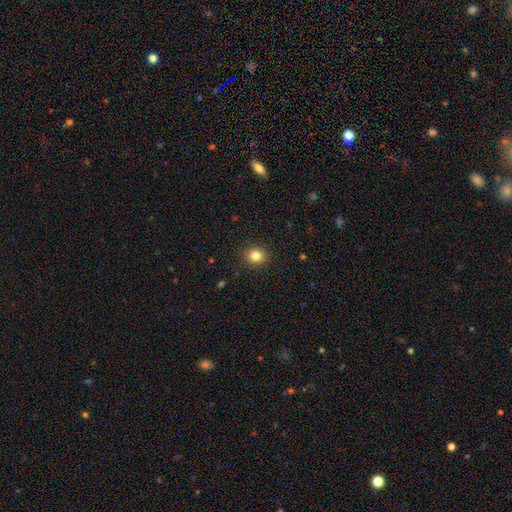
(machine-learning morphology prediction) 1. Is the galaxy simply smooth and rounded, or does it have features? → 83% smooth, 11% star or artifact, 6% featured or disk.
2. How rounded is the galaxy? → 76% round, 23% in between, 1% cigar-shaped.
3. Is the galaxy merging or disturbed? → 90% none, 7% minor disturbance, 2% major disturbance, 1% merger.